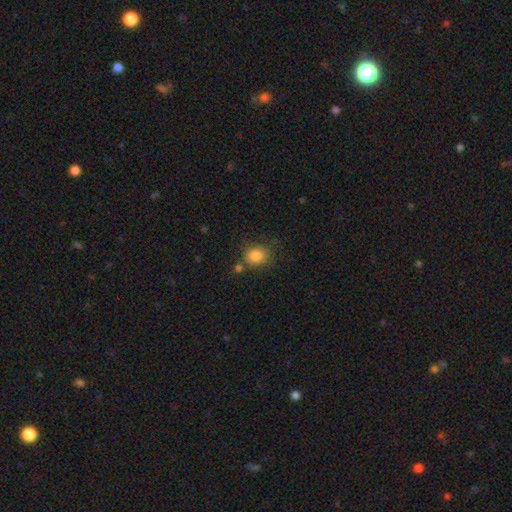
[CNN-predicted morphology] A smooth galaxy with no disk features (84%) that is round (64%).

Vote fractions:
- Smooth or featured? smooth: 84% / star or artifact: 10% / featured or disk: 6%
- How rounded? round: 64% / in between: 35% / cigar-shaped: 1%
- Merging? none: 67% / minor disturbance: 17% / merger: 11% / major disturbance: 6%